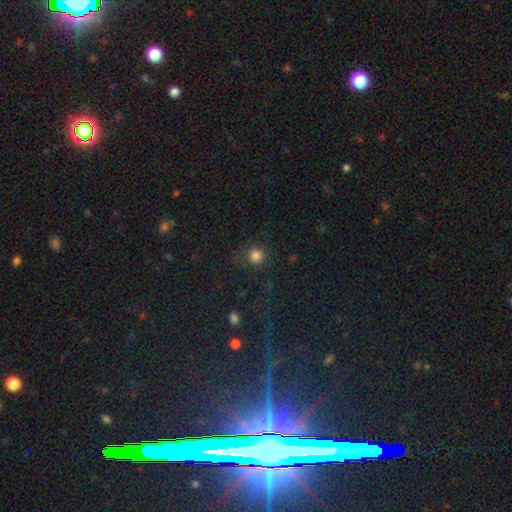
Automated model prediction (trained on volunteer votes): Smooth or featured?
  - smooth: 80% *
  - star or artifact: 15%
  - featured or disk: 5%
How rounded?
  - round: 93% *
  - in between: 6%
  - cigar-shaped: 1%
Merging?
  - none: 81% *
  - minor disturbance: 11%
  - major disturbance: 6%
  - merger: 2%